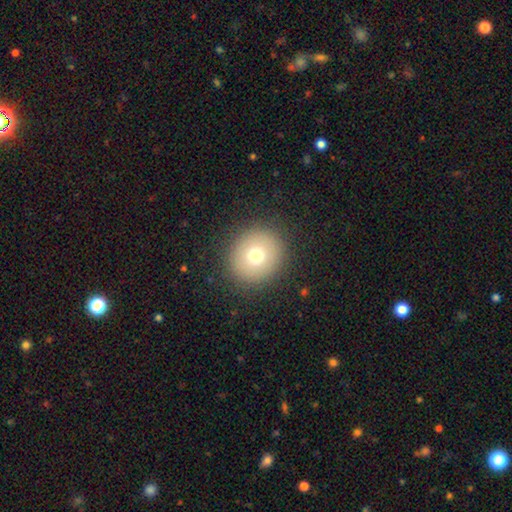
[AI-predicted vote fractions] A smooth galaxy with no disk features (72%) that is round (88%).

Vote fractions:
- Smooth or featured? smooth: 72% / featured or disk: 15% / star or artifact: 12%
- How rounded? round: 88% / in between: 11% / cigar-shaped: 1%
- Merging? none: 90% / minor disturbance: 6% / major disturbance: 3% / merger: 1%